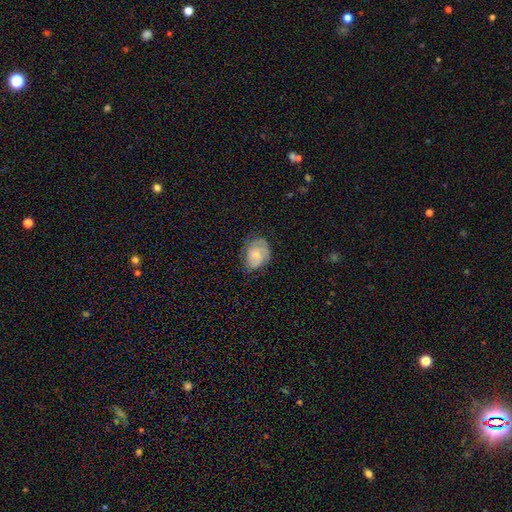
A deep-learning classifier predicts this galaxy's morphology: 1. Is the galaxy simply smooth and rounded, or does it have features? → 55% smooth, 37% featured or disk, 8% star or artifact.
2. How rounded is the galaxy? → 64% in between, 35% round, 1% cigar-shaped.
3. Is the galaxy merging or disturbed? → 60% none, 28% minor disturbance, 10% major disturbance, 1% merger.